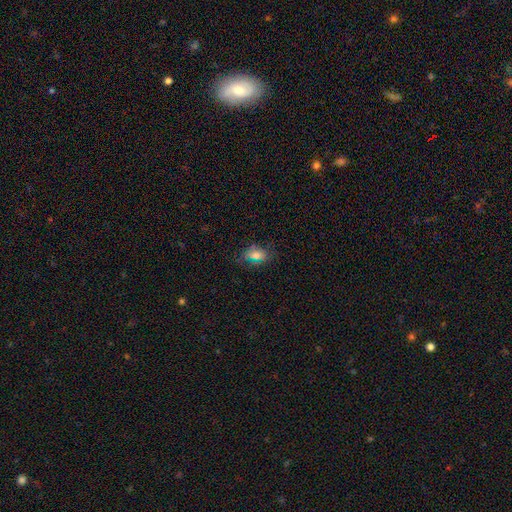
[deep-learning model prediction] A smooth galaxy with no disk features (67%) that is in between round and cigar-shaped (82%). Merging: none (70%).